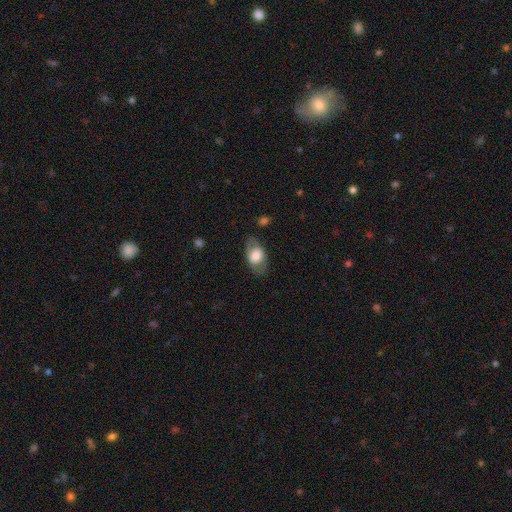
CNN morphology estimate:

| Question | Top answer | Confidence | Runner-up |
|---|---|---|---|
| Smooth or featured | smooth | 66% | featured or disk (27%) |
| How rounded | in between | 87% | round (11%) |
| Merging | none | 75% | minor disturbance (16%) |